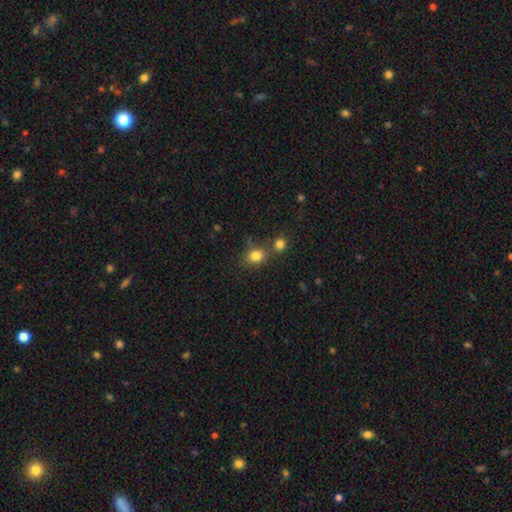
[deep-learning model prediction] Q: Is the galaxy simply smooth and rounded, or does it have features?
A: smooth — 81%.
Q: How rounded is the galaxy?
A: round — 65%.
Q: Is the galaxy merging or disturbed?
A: none — 59%.